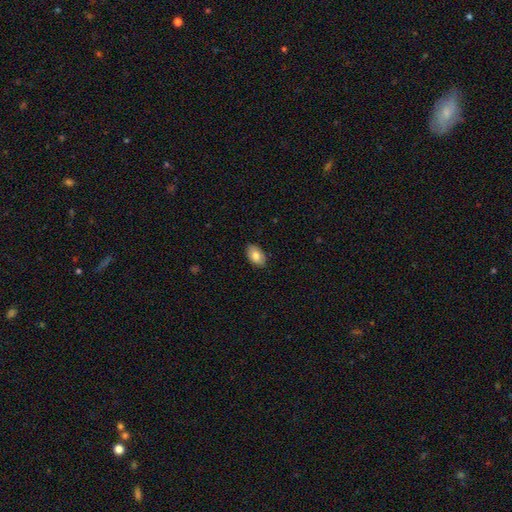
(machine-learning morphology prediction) Smooth or featured?
  - smooth: 79% *
  - featured or disk: 15%
  - star or artifact: 7%
How rounded?
  - in between: 92% *
  - round: 6%
  - cigar-shaped: 1%
Merging?
  - none: 87% *
  - minor disturbance: 10%
  - major disturbance: 2%
  - merger: 1%